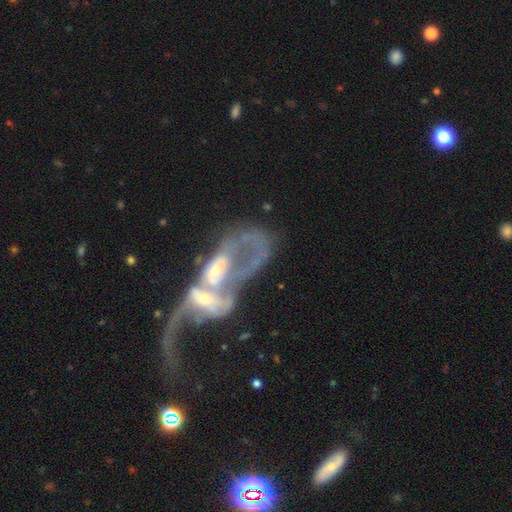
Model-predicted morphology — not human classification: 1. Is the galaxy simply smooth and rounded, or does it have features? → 78% featured or disk, 13% smooth, 9% star or artifact.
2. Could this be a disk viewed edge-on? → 92% no, 8% yes.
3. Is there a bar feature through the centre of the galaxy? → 50% no, 32% weak, 18% strong.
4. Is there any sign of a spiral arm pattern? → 66% yes, 34% no.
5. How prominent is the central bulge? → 47% moderate, 32% small, 12% none, 7% large, 2% dominant.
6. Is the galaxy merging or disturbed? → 68% merger, 20% major disturbance, 7% none, 5% minor disturbance.